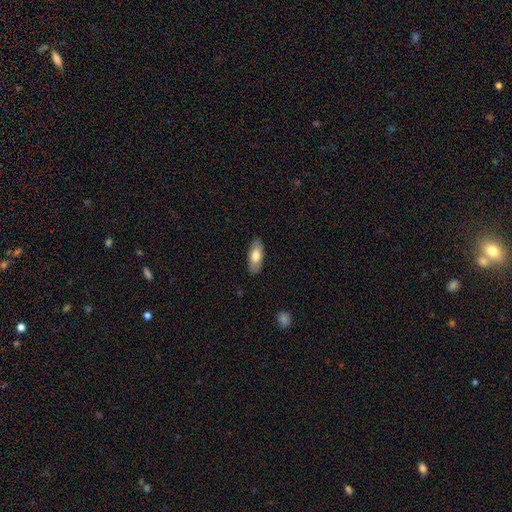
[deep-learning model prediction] A smooth galaxy with no disk features (73%) that is in between round and cigar-shaped (86%). Merging: none (87%).